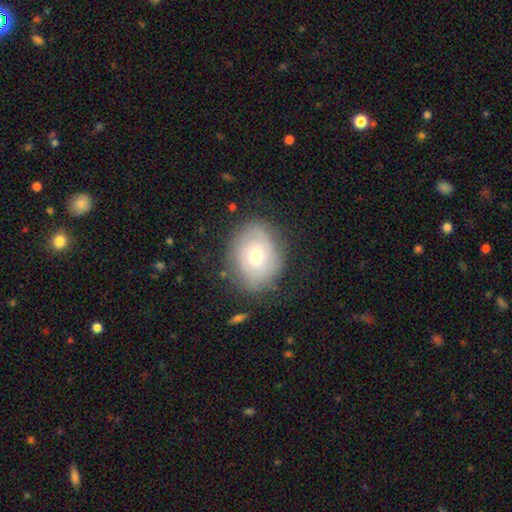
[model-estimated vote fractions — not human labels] The model was most divided on "smooth or featured": featured or disk: 46%, smooth: 45%, star or artifact: 8%. More confident: merging — none (75%).